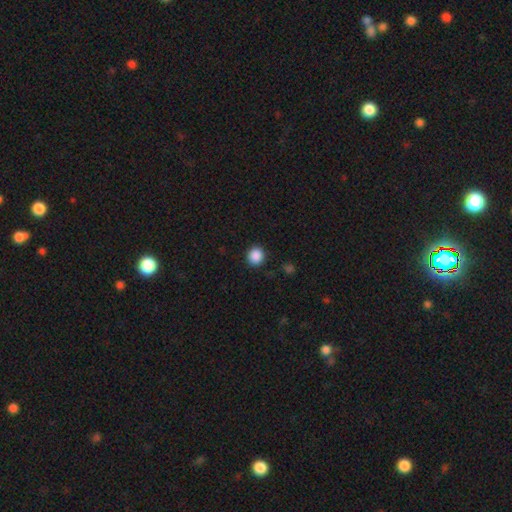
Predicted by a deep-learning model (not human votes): Smooth or featured? smooth (88%)
How rounded? round (90%)
Merging? none (91%)